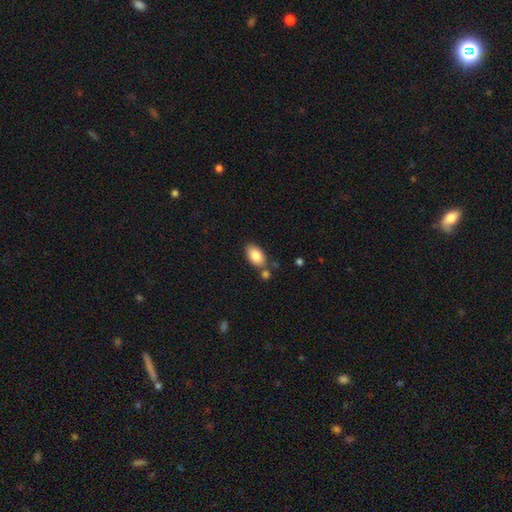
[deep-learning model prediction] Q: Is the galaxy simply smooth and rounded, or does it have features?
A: smooth — 85%.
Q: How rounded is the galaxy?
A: in between — 92%.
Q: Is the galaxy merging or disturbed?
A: none — 68%.